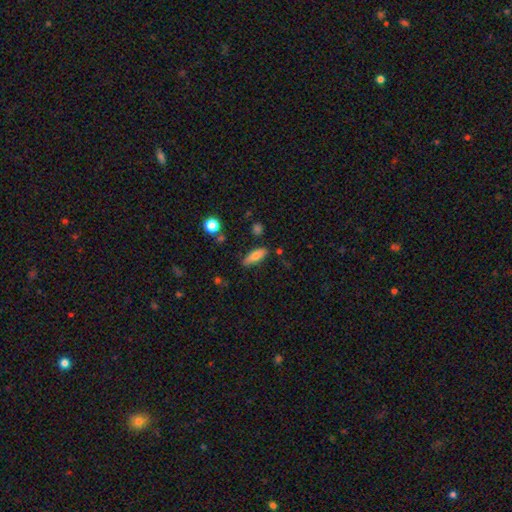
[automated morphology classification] smooth_or_featured: smooth (p=0.75) [alt: featured or disk p=0.17]
how_rounded: in between (p=0.67) [alt: cigar-shaped p=0.30]
merging: none (p=0.79) [alt: minor disturbance p=0.15]